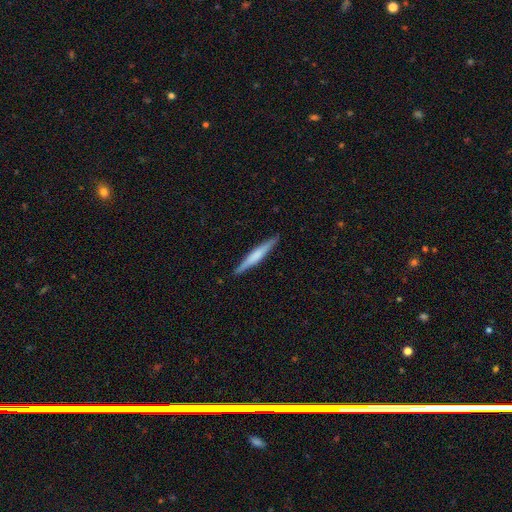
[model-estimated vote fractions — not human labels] smooth_or_featured: smooth (p=0.49) [alt: featured or disk p=0.46]
merging: none (p=0.91) [alt: minor disturbance p=0.07]